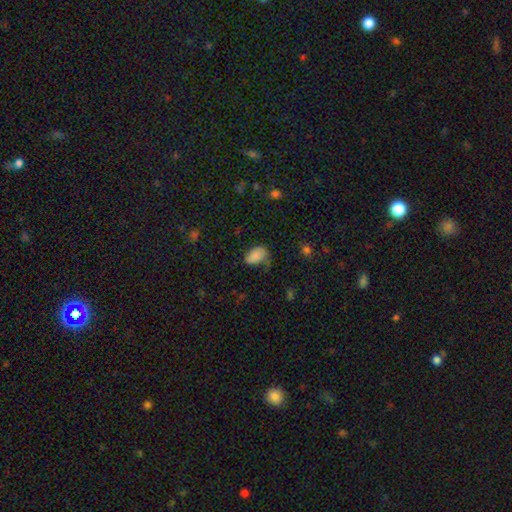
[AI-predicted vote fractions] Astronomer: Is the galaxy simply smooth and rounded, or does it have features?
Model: smooth — 84%.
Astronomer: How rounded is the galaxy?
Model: in between — 91%.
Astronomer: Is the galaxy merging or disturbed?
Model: none — 54% (runner-up: minor disturbance, 32%).